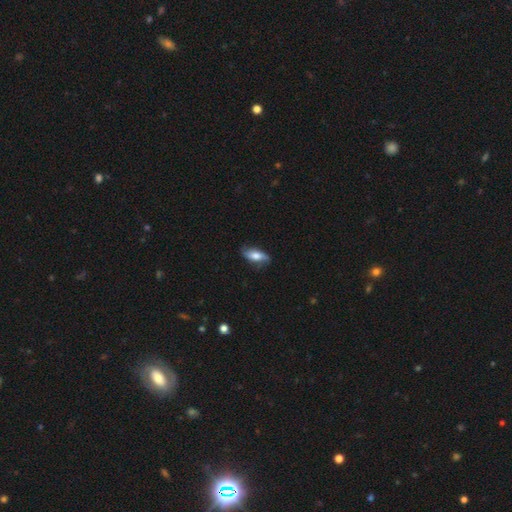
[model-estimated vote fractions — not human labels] featured or disk 51%, smooth 42%, star or artifact 7%. Down the decision tree: edge-on disk — no (83%); merging — none (73%).